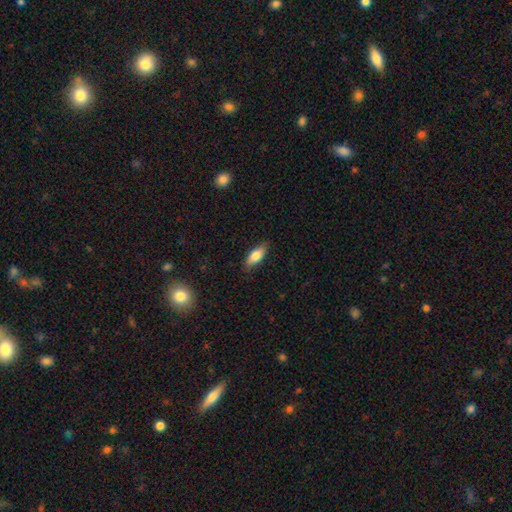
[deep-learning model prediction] smooth-or-featured: smooth: 78% | featured or disk: 16% | star or artifact: 6%
  how-rounded: in between: 74% | cigar-shaped: 23% | round: 3%
  merging: none: 85% | minor disturbance: 12% | major disturbance: 2% | merger: 1%